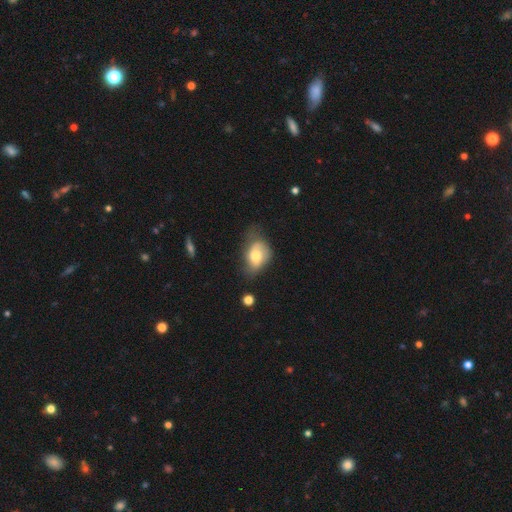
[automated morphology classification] smooth_or_featured: smooth (p=0.64) [alt: featured or disk p=0.28]
how_rounded: in between (p=0.78) [alt: round p=0.21]
merging: minor disturbance (p=0.39) [alt: none p=0.38]